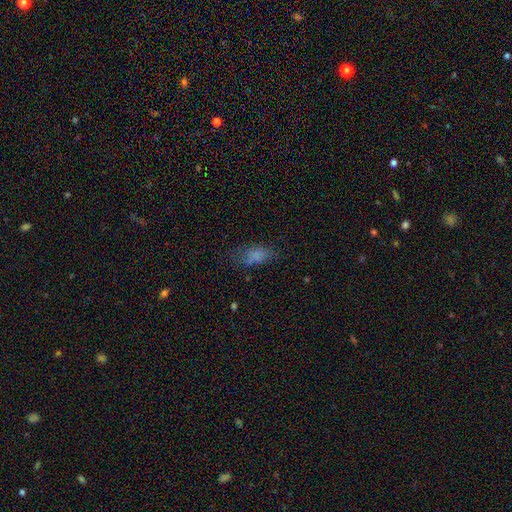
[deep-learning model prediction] Smooth or featured?
  - smooth: 72% *
  - star or artifact: 15%
  - featured or disk: 13%
How rounded?
  - in between: 84% *
  - cigar-shaped: 11%
  - round: 5%
Merging?
  - none: 56% *
  - minor disturbance: 24%
  - major disturbance: 16%
  - merger: 3%